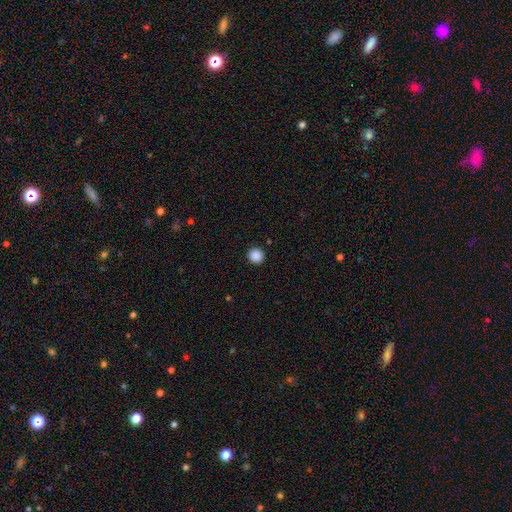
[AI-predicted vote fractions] Q: Smooth or featured?
A: smooth (88%); runner-up: star or artifact (9%)
Q: How rounded?
A: round (94%); runner-up: in between (5%)
Q: Merging?
A: none (92%); runner-up: minor disturbance (5%)